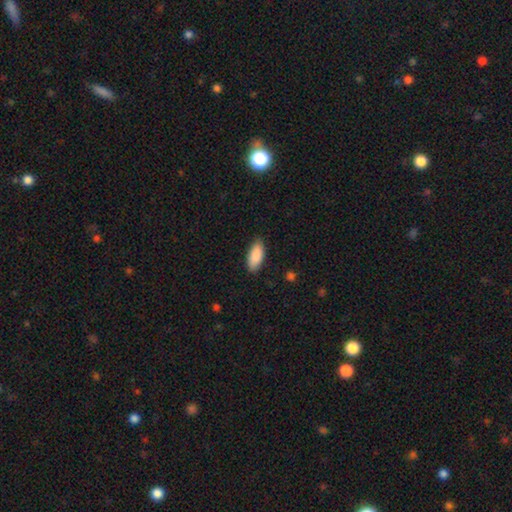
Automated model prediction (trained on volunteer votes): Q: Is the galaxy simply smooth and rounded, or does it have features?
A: smooth — 90%.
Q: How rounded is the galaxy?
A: in between — 88%.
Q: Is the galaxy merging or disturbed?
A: none — 85%.